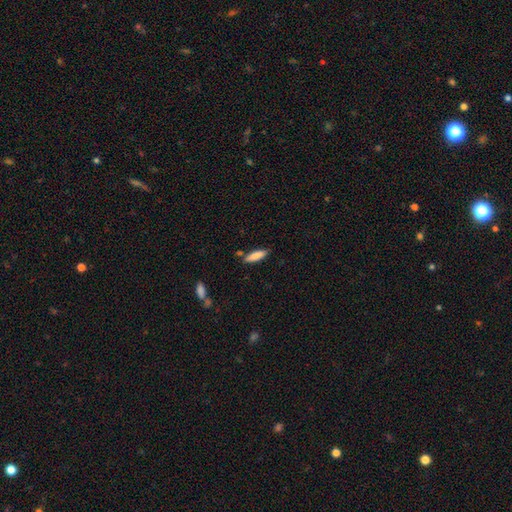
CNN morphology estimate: Overall: smooth (83%). How rounded: cigar-shaped (60%; in between 39%). Merging: none (79%).